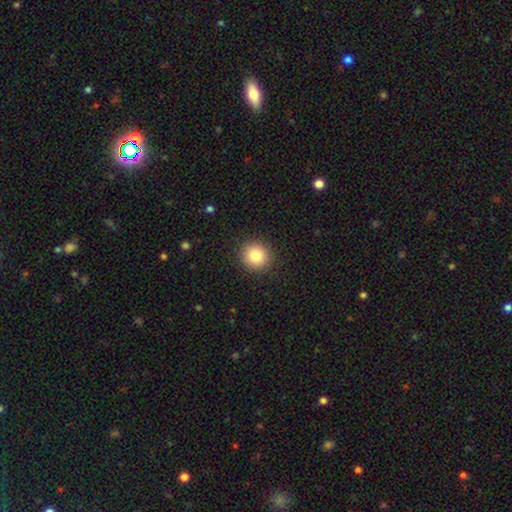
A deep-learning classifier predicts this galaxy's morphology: smooth 82%, star or artifact 10%, featured or disk 7%. Down the decision tree: how rounded — round (92%); merging — none (92%).